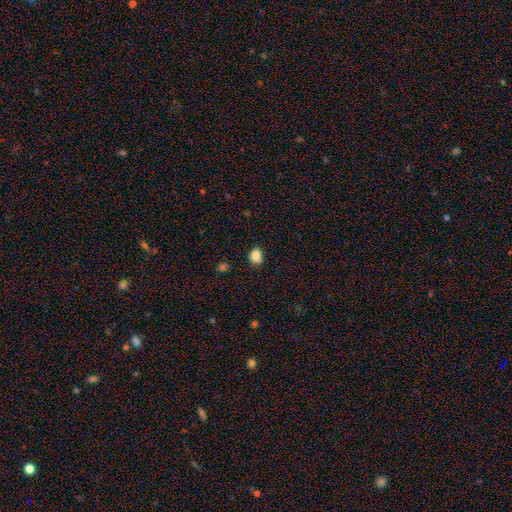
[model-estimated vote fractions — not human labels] smooth-or-featured: smooth: 85% | star or artifact: 10% | featured or disk: 5%
  how-rounded: round: 54% | in between: 45% | cigar-shaped: 1%
  merging: none: 79% | minor disturbance: 16% | major disturbance: 3% | merger: 2%